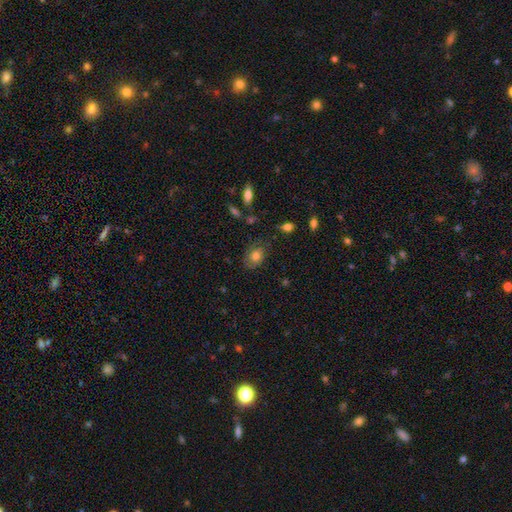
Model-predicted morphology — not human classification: Smooth or featured? Predicted: smooth (p=0.71). How rounded? Predicted: in between (p=0.69). Merging? Predicted: none (p=0.69).